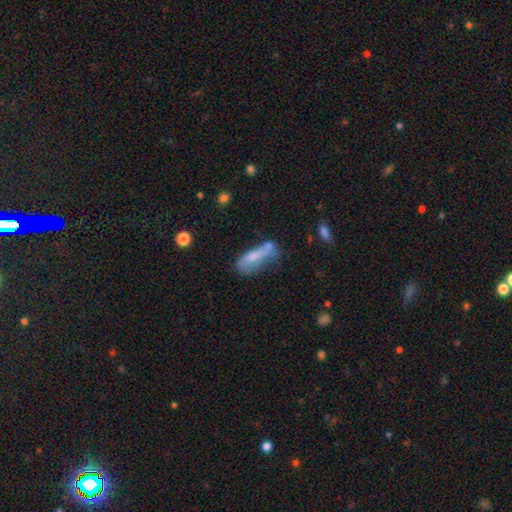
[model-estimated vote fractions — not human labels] This is likely a smooth galaxy (61%). How rounded: possibly cigar-shaped (52%). Merging: marginally none (35%).